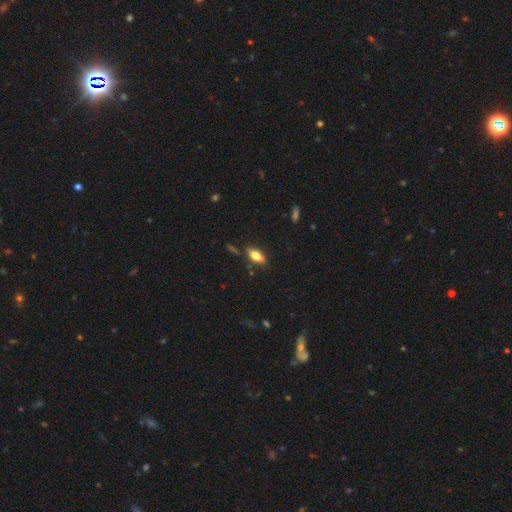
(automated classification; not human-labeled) Smooth or featured: smooth — 68% (featured or disk — 24%)
How rounded: in between — 83% (cigar-shaped — 13%)
Merging: none — 77% (minor disturbance — 15%)